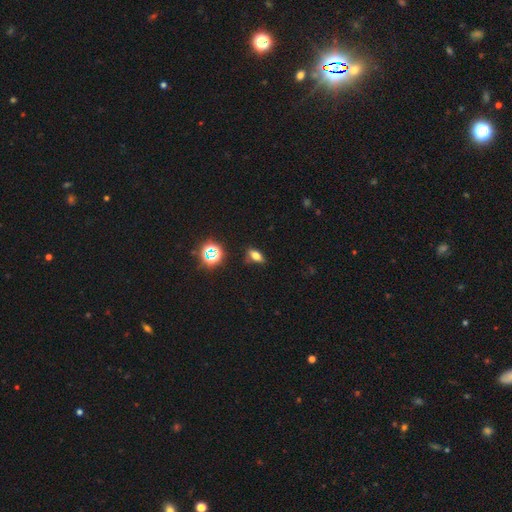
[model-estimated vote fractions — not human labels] A smooth galaxy with no disk features (67%) that is in between round and cigar-shaped (76%).

Vote fractions:
- Smooth or featured? smooth: 67% / star or artifact: 19% / featured or disk: 14%
- How rounded? in between: 76% / cigar-shaped: 14% / round: 10%
- Merging? none: 81% / minor disturbance: 13% / major disturbance: 3% / merger: 3%